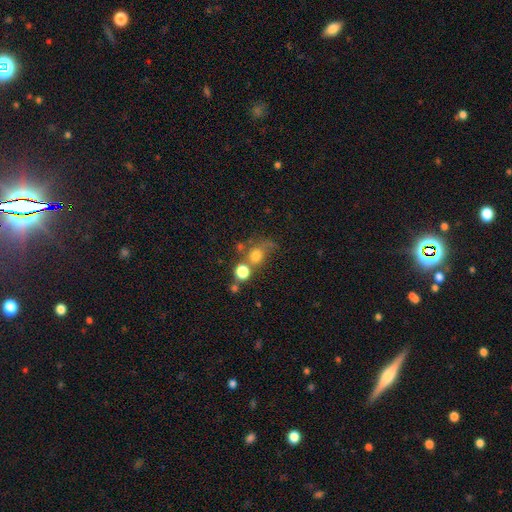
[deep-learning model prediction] This appears to be a smooth galaxy with no disk features (68%) that is round (76%). Merging: none (39%).